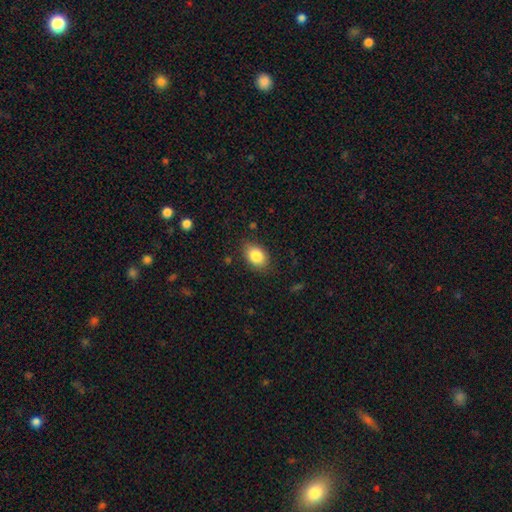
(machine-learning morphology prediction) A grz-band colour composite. It shows a smooth galaxy with no disk features (85%) that is in between round and cigar-shaped (79%). Merging: none (82%).